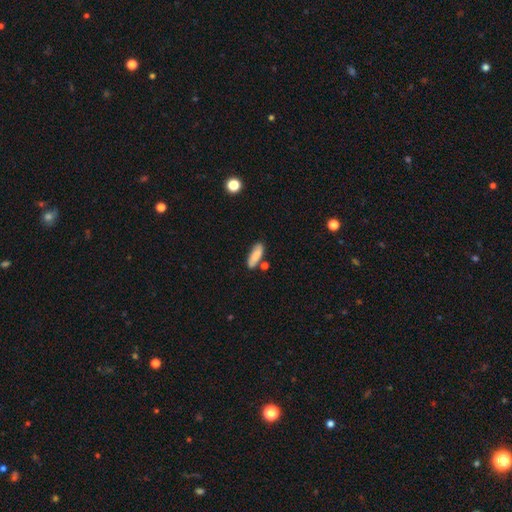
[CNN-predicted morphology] The model was most divided on "how rounded": in between: 64%, cigar-shaped: 34%, round: 2%. More confident: smooth or featured — smooth (82%); merging — none (74%).